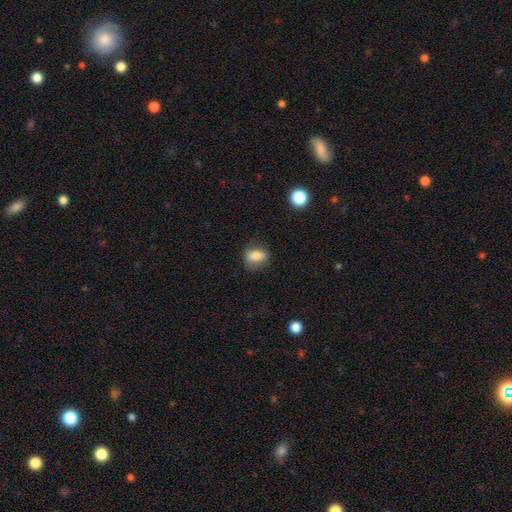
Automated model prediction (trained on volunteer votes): Overall: smooth (79%). How rounded: in between (73%). Merging: none (70%).